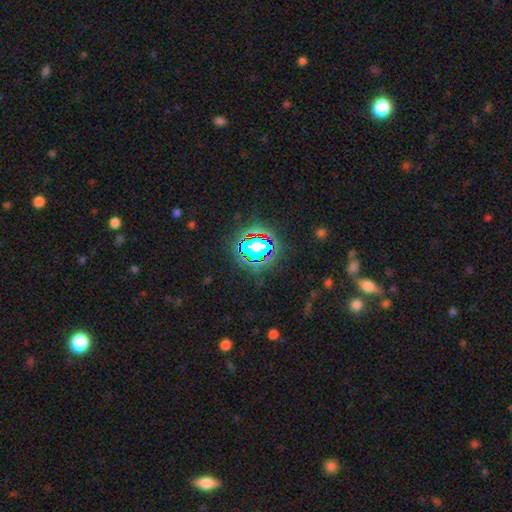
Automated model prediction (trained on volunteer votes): This appears to be a star or artifact, not a galaxy (76%).